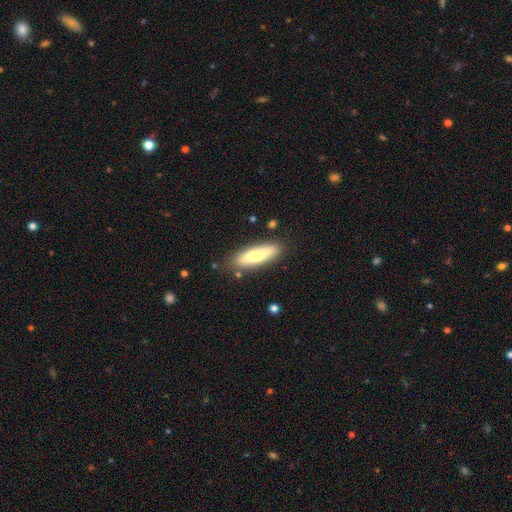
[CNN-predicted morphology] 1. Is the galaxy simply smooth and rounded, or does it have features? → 69% smooth, 26% featured or disk, 6% star or artifact.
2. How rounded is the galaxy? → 58% cigar-shaped, 40% in between, 2% round.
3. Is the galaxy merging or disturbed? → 84% none, 11% minor disturbance, 3% major disturbance, 2% merger.